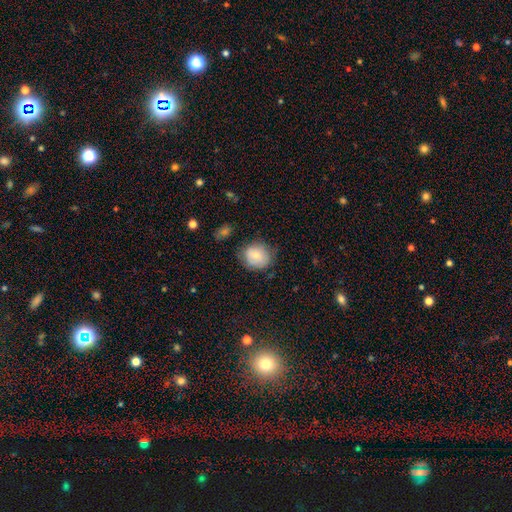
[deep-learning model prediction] Smooth or featured? Predicted: smooth (p=0.77). How rounded? Predicted: round (p=0.75). Merging? Predicted: none (p=0.70).